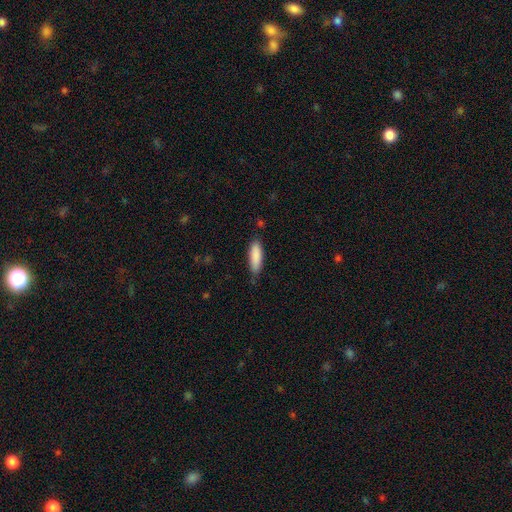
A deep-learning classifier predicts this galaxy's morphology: Q: Smooth or featured?
A: smooth (88%); runner-up: featured or disk (6%)
Q: How rounded?
A: cigar-shaped (51%); runner-up: in between (48%)
Q: Merging?
A: none (76%); runner-up: minor disturbance (19%)